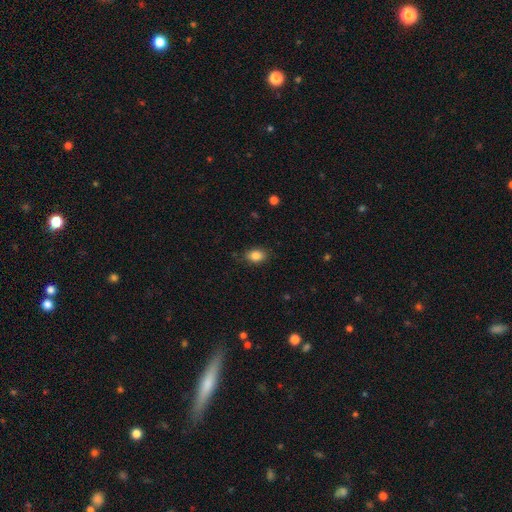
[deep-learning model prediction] This appears to be a smooth galaxy with no disk features (85%) that is in between round and cigar-shaped (81%). Merging: none (83%).